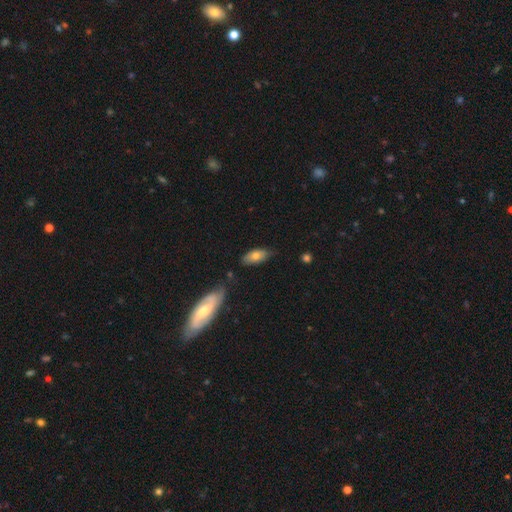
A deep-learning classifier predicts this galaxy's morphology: A smooth galaxy with no disk features (70%) that is in between round and cigar-shaped (86%). Merging: none (67%).